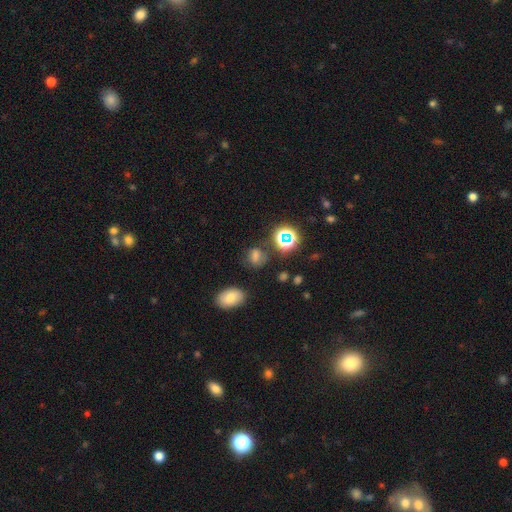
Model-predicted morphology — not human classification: The model was most divided on "smooth or featured": smooth: 55%, star or artifact: 36%, featured or disk: 9%. More confident: merging — none (75%); how rounded — round (60%).